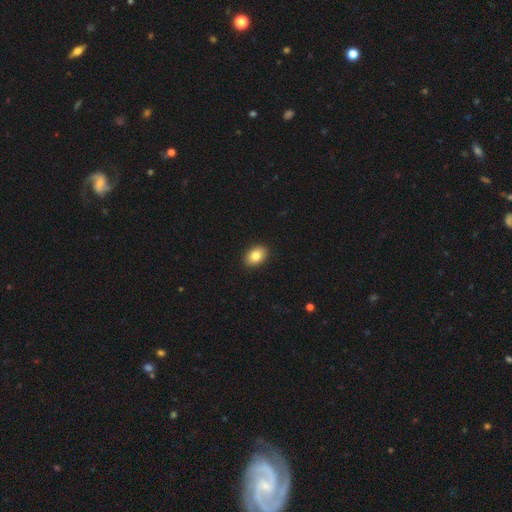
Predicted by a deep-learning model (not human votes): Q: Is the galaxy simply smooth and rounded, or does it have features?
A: smooth — 84%.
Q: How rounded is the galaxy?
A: in between — 83%.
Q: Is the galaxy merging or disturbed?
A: none — 91%.